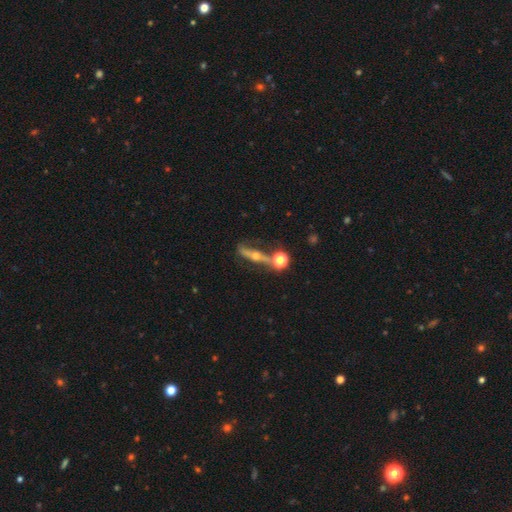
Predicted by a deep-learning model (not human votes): smooth-or-featured: featured or disk: 67% | smooth: 21% | star or artifact: 12%
  disk-edge-on: yes: 78% | no: 22%
    edge-on-bulge: rounded: 93% | none: 5% | boxy: 3%
  merging: none: 60% | merger: 16% | minor disturbance: 15% | major disturbance: 9%